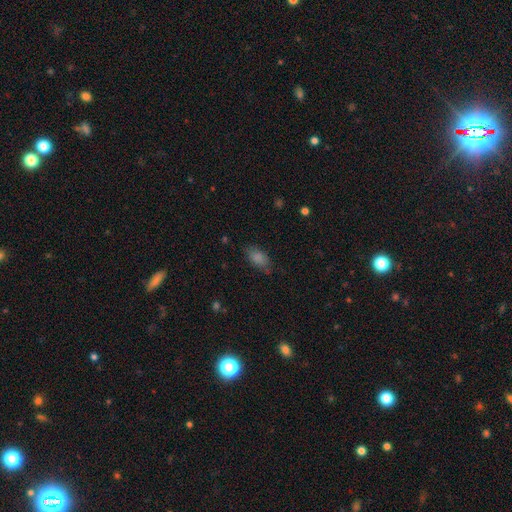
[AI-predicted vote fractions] Overall: smooth (74%). How rounded: in between (88%). Merging: none (76%).